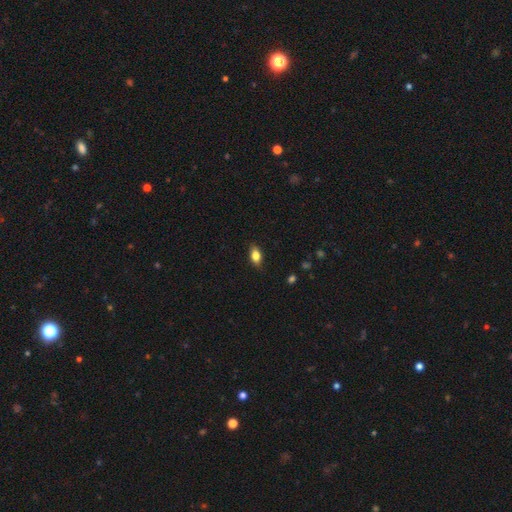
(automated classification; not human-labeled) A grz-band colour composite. It shows a smooth galaxy with no disk features (79%) that is in between round and cigar-shaped (86%). Merging: none (84%).